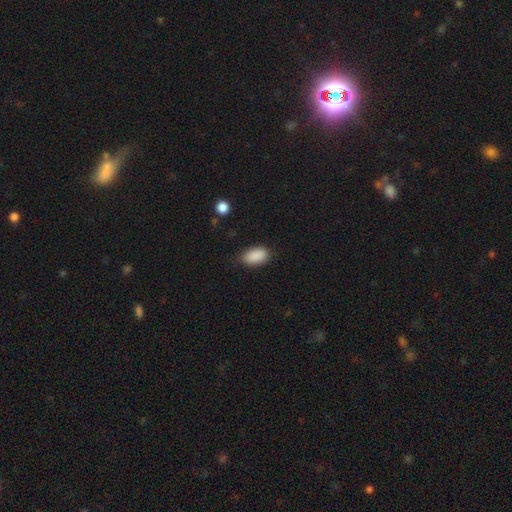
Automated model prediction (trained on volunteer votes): smooth-or-featured: smooth: 90% | star or artifact: 7% | featured or disk: 3%
  how-rounded: in between: 92% | round: 6% | cigar-shaped: 2%
  merging: none: 83% | minor disturbance: 13% | major disturbance: 3% | merger: 1%